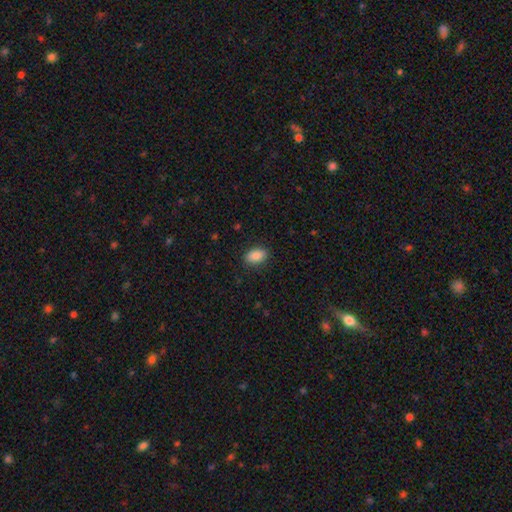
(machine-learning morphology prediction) The model was most divided on "merging": none: 88%, minor disturbance: 9%, major disturbance: 2%, merger: 1%. More confident: how rounded — in between (90%); smooth or featured — smooth (87%).